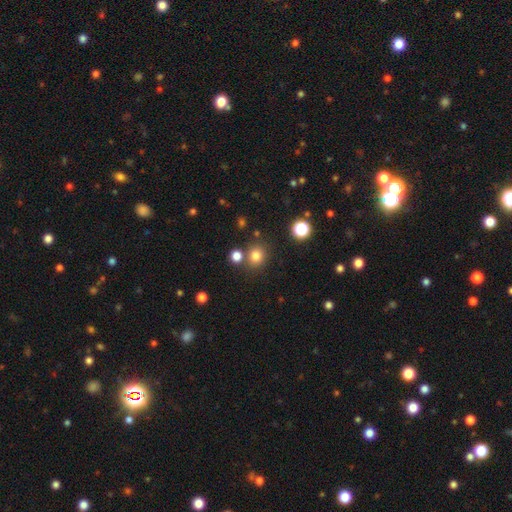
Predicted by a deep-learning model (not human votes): Smooth or featured? smooth (79%)
How rounded? round (83%)
Merging? none (78%)